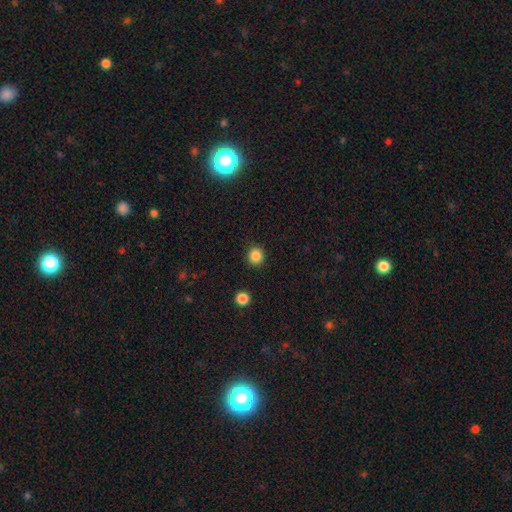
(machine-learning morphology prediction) Smooth or featured? Predicted: smooth (p=0.86). How rounded? Predicted: round (p=0.92). Merging? Predicted: none (p=0.91).